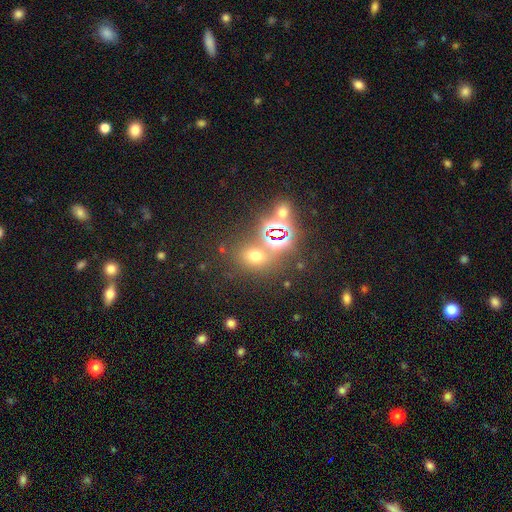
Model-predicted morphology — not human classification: A smooth galaxy with no disk features (52%) that is round (54%). Merging: none (65%).